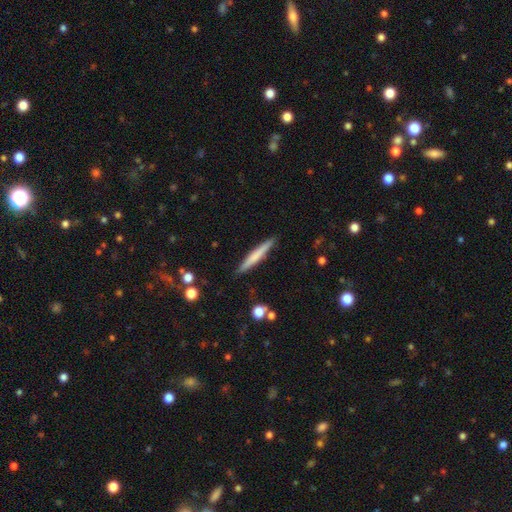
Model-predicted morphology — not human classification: Smooth or featured? smooth (61%)
How rounded? cigar-shaped (96%)
Merging? none (90%)